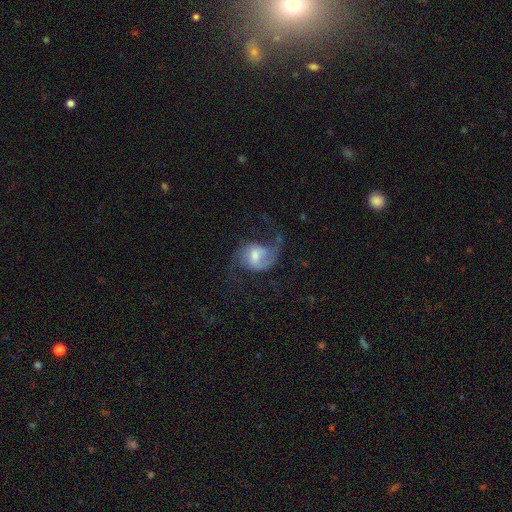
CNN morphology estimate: Overall: featured or disk (72%). Edge-on disk: no (98%). Bar: weak (48%; no 39%). Spiral arms: yes (93%). Spiral arm count: 2 (82%). Spiral winding: loose (57%; medium 36%). Bulge size: moderate (45%; small 34%). Merging: none (52%; major disturbance 27%).